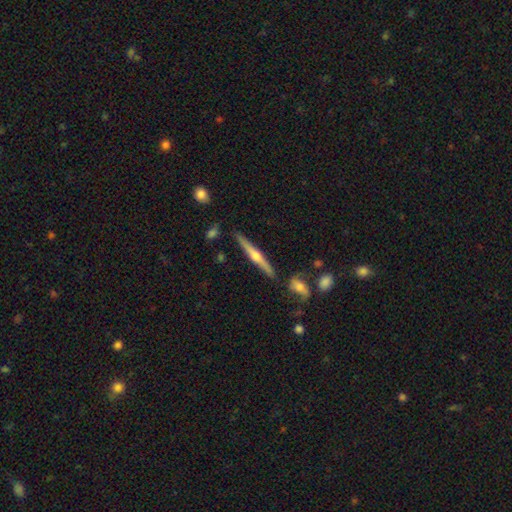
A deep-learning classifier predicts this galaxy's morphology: This appears to be a featured or disk galaxy (75%) viewed edge-on (98%) with a rounded central bulge (92%). Merging: none (86%).